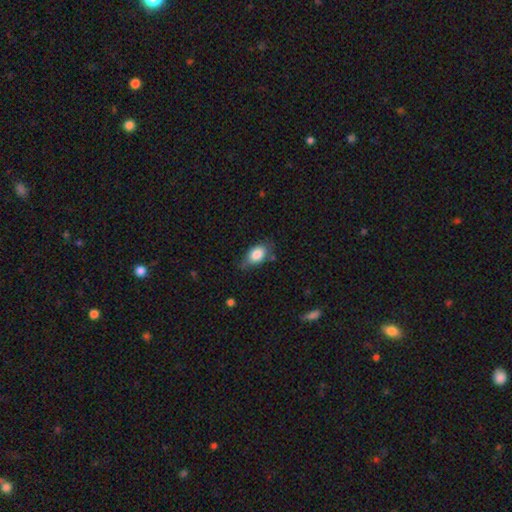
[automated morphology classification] type=smooth (83%); roundness=in between (86%); merging=none (63%).